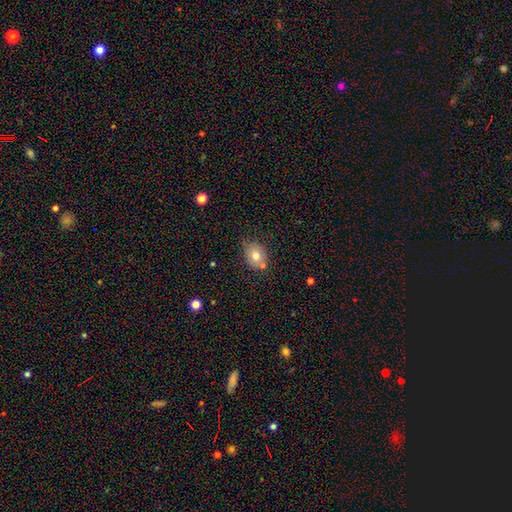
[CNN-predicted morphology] This appears to be a smooth galaxy with no disk features (75%) that is in between round and cigar-shaped (50%). Merging: none (64%).